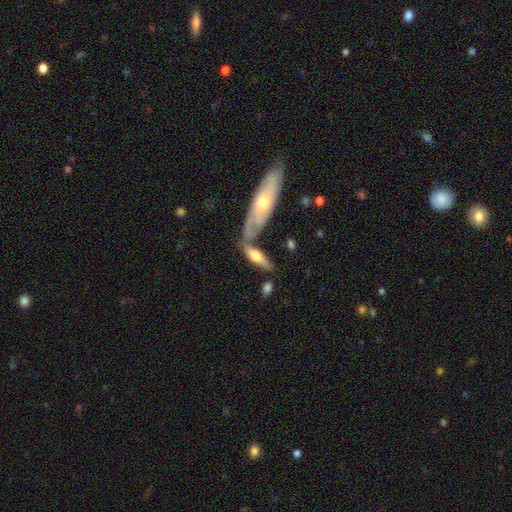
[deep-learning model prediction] Smooth or featured? Predicted: smooth (p=0.54). How rounded? Predicted: in between (p=0.49). Merging? Predicted: none (p=0.45).